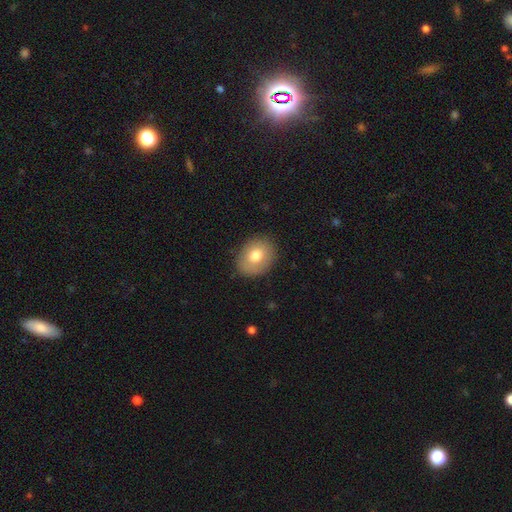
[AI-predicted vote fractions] A smooth galaxy with no disk features (74%) that is in between round and cigar-shaped (59%). Merging: none (84%).